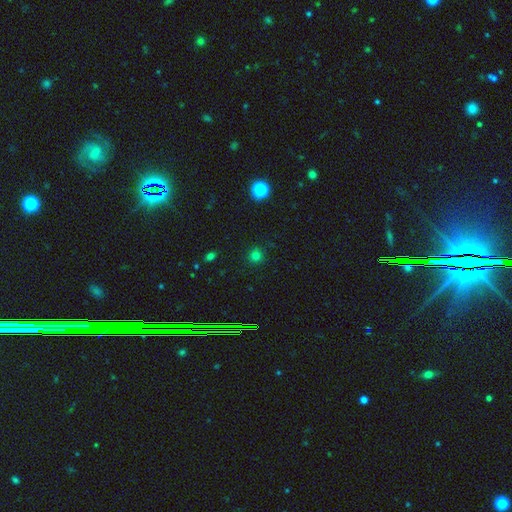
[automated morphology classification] This appears to be a smooth galaxy with no disk features (74%) that is round (94%). Merging: none (90%).